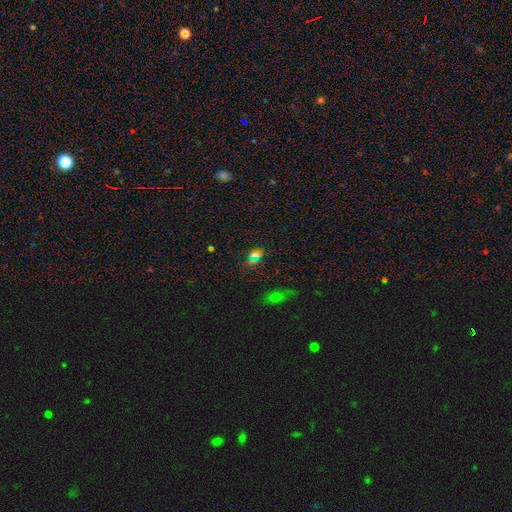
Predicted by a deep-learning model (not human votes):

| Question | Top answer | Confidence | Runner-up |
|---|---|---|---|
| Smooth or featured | smooth | 48% | star or artifact (41%) |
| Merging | none | 76% | minor disturbance (12%) |